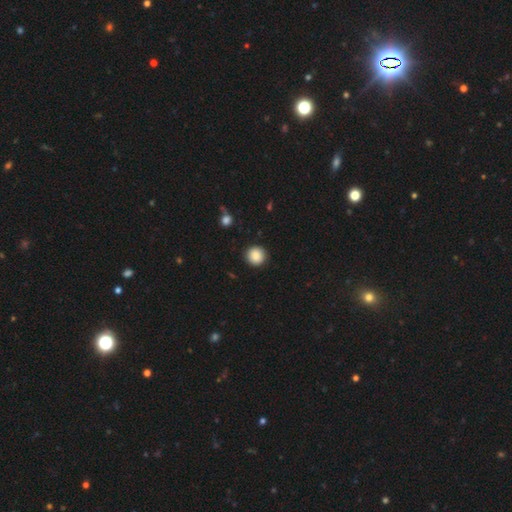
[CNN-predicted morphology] Smooth or featured: smooth — 88% (star or artifact — 9%)
How rounded: round — 95% (in between — 5%)
Merging: none — 92% (minor disturbance — 5%)